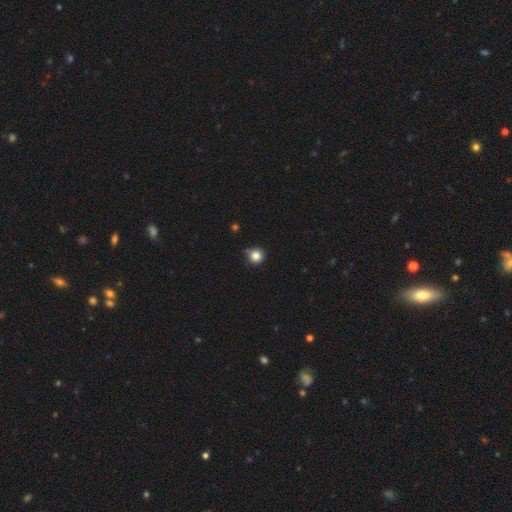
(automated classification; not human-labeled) smooth-or-featured: smooth: 84% | star or artifact: 12% | featured or disk: 5%
  how-rounded: round: 94% | in between: 5% | cigar-shaped: 1%
  merging: none: 79% | minor disturbance: 15% | merger: 3% | major disturbance: 3%